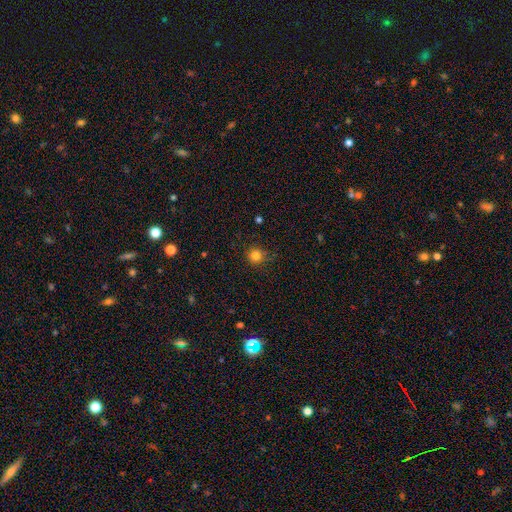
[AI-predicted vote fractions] Smooth or featured? Predicted: smooth (p=0.82). How rounded? Predicted: round (p=0.93). Merging? Predicted: none (p=0.85).